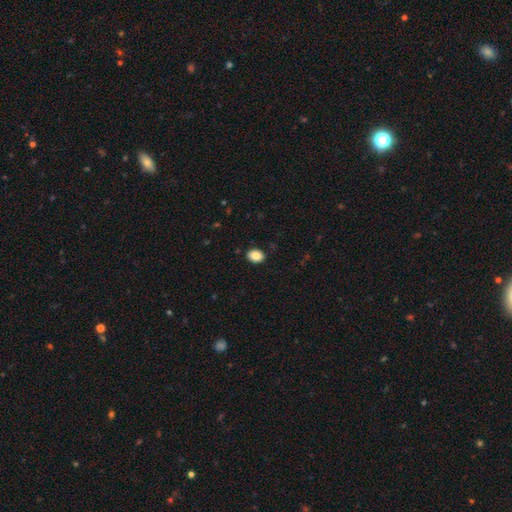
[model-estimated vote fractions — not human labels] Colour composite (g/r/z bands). It shows a smooth galaxy with no disk features (86%) that is in between round and cigar-shaped (67%). Merging: none (89%).